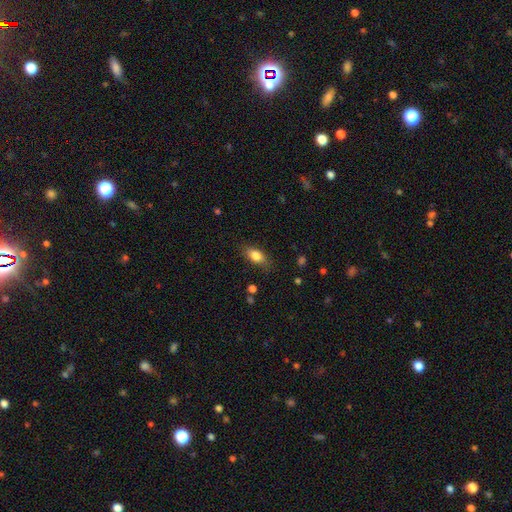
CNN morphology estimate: Smooth or featured? Predicted: smooth (p=0.82). How rounded? Predicted: in between (p=0.82). Merging? Predicted: none (p=0.79).